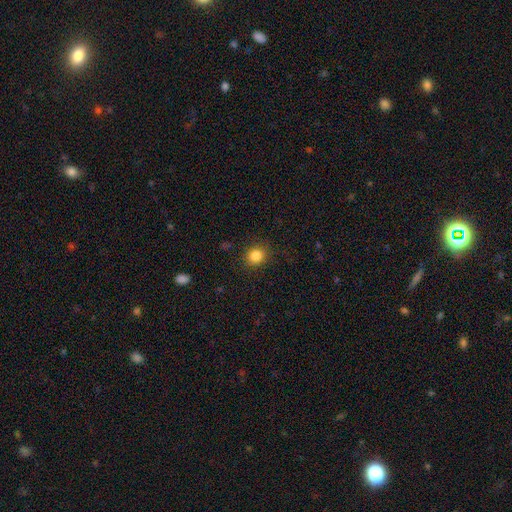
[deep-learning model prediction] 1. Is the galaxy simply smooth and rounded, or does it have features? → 84% smooth, 11% star or artifact, 5% featured or disk.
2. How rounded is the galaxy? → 81% round, 18% in between, 1% cigar-shaped.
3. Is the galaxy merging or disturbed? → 88% none, 8% minor disturbance, 3% major disturbance, 1% merger.